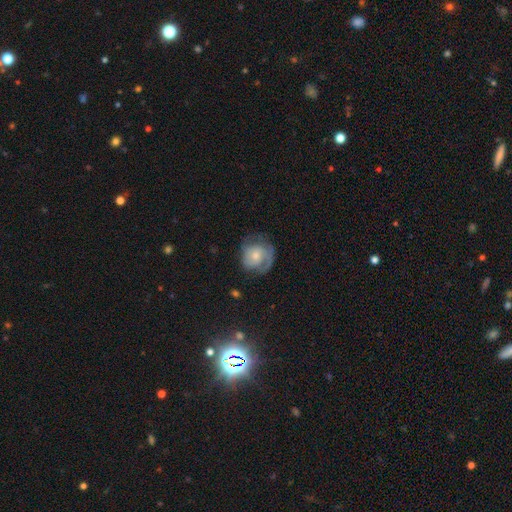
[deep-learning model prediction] Overall: featured or disk (55%; smooth 38%). Edge-on disk: no (97%). Bar: no (78%). Spiral arms: yes (78%). Bulge size: small (45%; moderate 43%). Merging: none (56%; minor disturbance 24%).